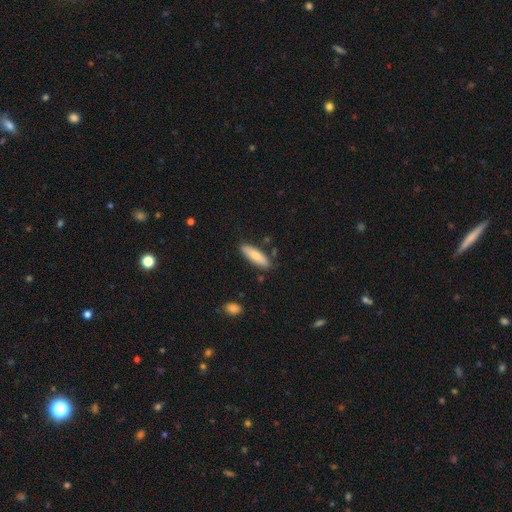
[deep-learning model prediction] Smooth or featured? Predicted: smooth (p=0.79). How rounded? Predicted: cigar-shaped (p=0.51). Merging? Predicted: none (p=0.83).